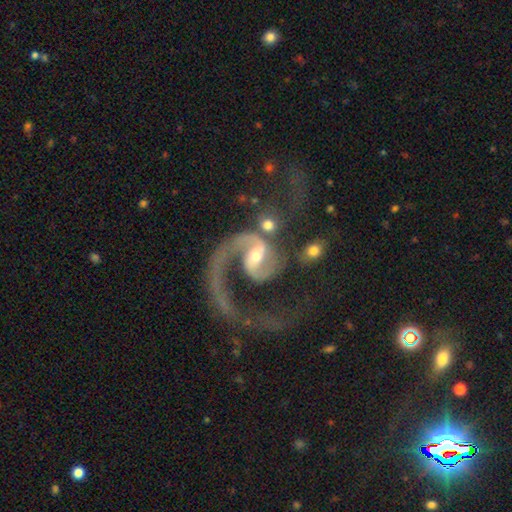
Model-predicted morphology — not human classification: Smooth or featured?
  - featured or disk: 89% *
  - smooth: 6%
  - star or artifact: 5%
Edge-on disk?
  - no: 98% *
  - yes: 2%
Bar?
  - weak: 44% *
  - no: 33%
  - strong: 23%
Spiral arms?
  - yes: 96% *
  - no: 4%
Spiral winding?
  - loose: 57% *
  - medium: 34%
  - tight: 9%
Spiral arm count?
  - 2: 49% *
  - 1: 42%
  - can't tell: 3%
  - 3: 2%
  - 4: 1%
  - more than 4: 1%
Bulge size?
  - moderate: 49% *
  - small: 44%
  - large: 4%
  - none: 2%
  - dominant: 1%
Merging?
  - major disturbance: 39% *
  - none: 30%
  - merger: 20%
  - minor disturbance: 10%